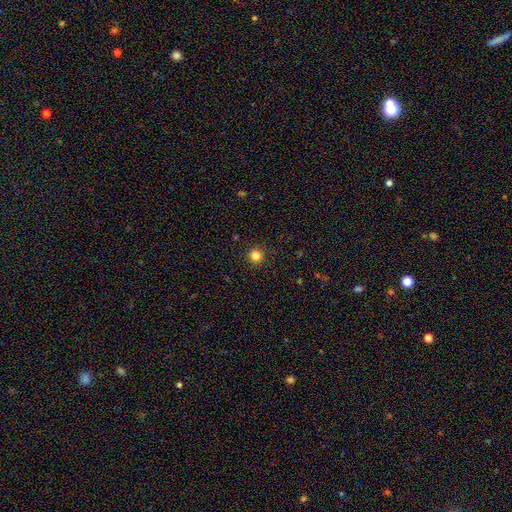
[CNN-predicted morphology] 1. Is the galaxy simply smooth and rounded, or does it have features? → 83% smooth, 13% star or artifact, 4% featured or disk.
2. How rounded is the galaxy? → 95% round, 4% in between, 1% cigar-shaped.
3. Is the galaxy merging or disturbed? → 91% none, 6% minor disturbance, 2% major disturbance, 1% merger.